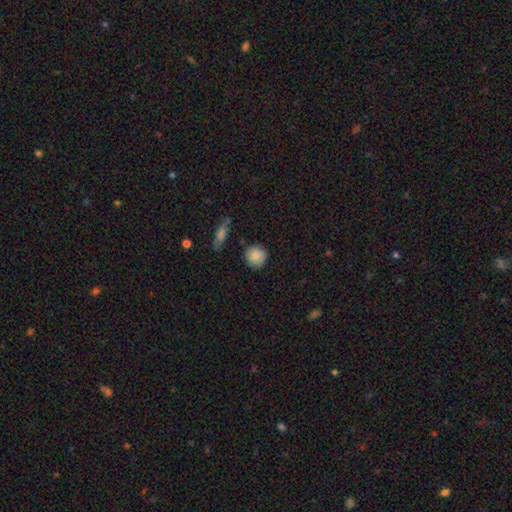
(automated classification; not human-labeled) smooth-or-featured: smooth: 86% | star or artifact: 7% | featured or disk: 6%
  how-rounded: round: 89% | in between: 10% | cigar-shaped: 1%
  merging: none: 83% | minor disturbance: 12% | major disturbance: 3% | merger: 2%